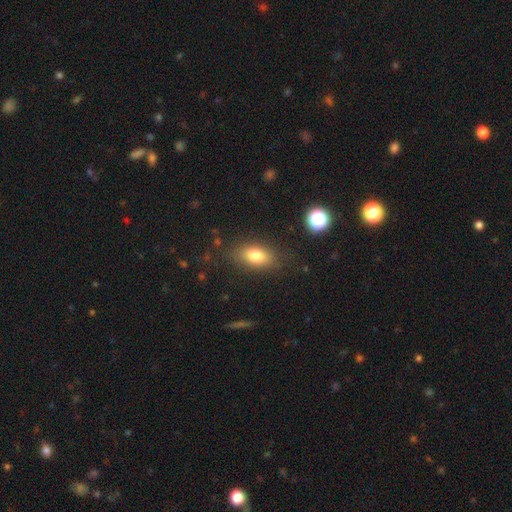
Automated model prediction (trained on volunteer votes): A smooth galaxy with no disk features (78%) that is in between round and cigar-shaped (84%).

Vote fractions:
- Smooth or featured? smooth: 78% / featured or disk: 12% / star or artifact: 10%
- How rounded? in between: 84% / round: 9% / cigar-shaped: 7%
- Merging? none: 81% / minor disturbance: 13% / major disturbance: 5% / merger: 2%